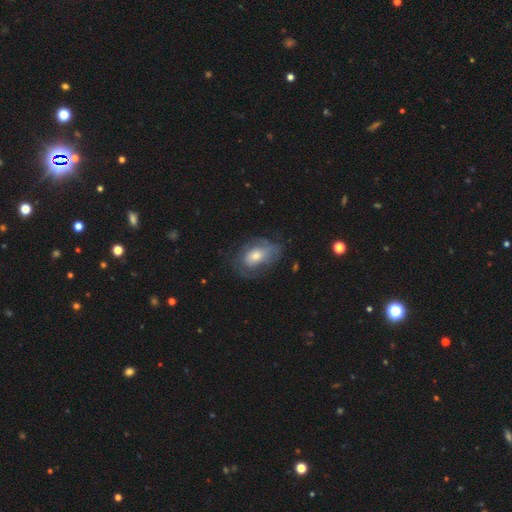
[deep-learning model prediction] This appears to be a featured or disk galaxy (52%). Merging: none (58%).